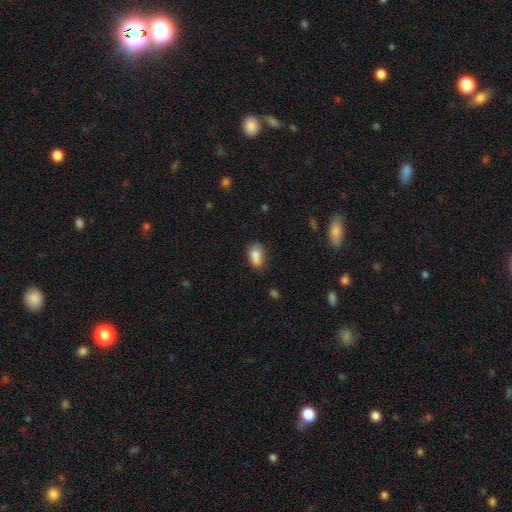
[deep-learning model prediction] Smooth or featured?
  - smooth: 85% *
  - star or artifact: 9%
  - featured or disk: 7%
How rounded?
  - in between: 88% *
  - round: 8%
  - cigar-shaped: 4%
Merging?
  - none: 62% *
  - minor disturbance: 26%
  - merger: 6%
  - major disturbance: 6%